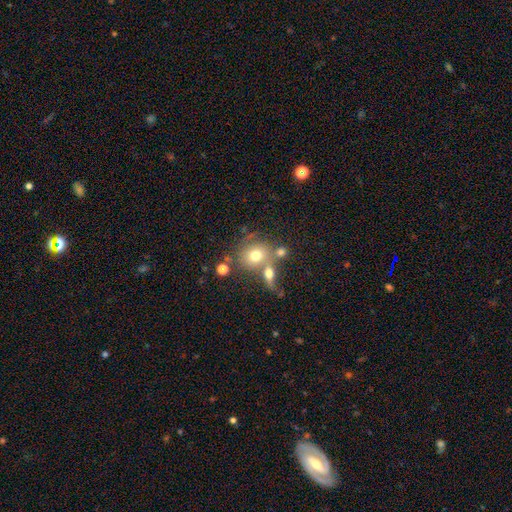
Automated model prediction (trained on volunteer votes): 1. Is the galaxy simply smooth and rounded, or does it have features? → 70% smooth, 18% featured or disk, 12% star or artifact.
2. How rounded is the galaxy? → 77% round, 22% in between, 1% cigar-shaped.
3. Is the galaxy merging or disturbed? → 49% none, 33% merger, 11% minor disturbance, 7% major disturbance.